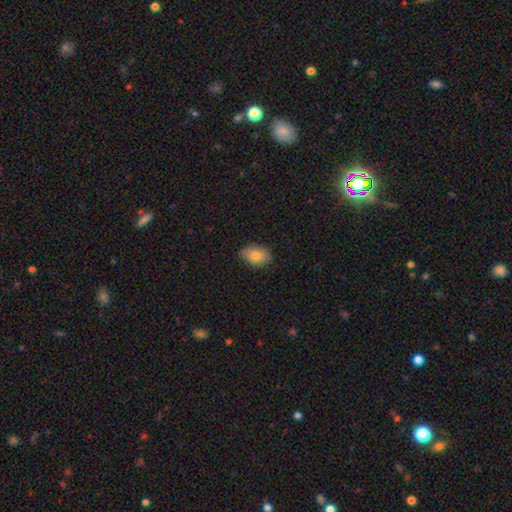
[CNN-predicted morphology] smooth 79%, featured or disk 13%, star or artifact 8%. Down the decision tree: how rounded — in between (86%); merging — none (78%).